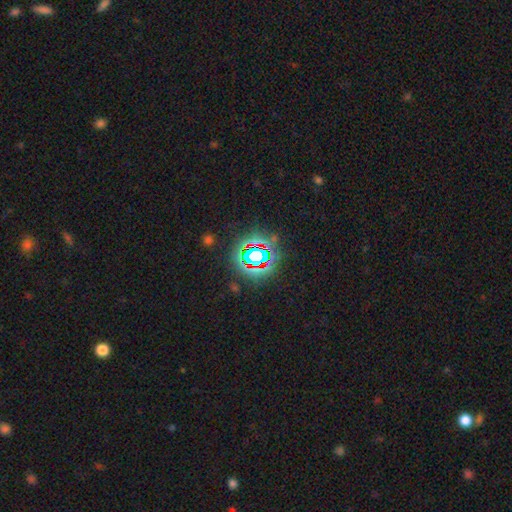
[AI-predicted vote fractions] Smooth or featured? star or artifact (71%)